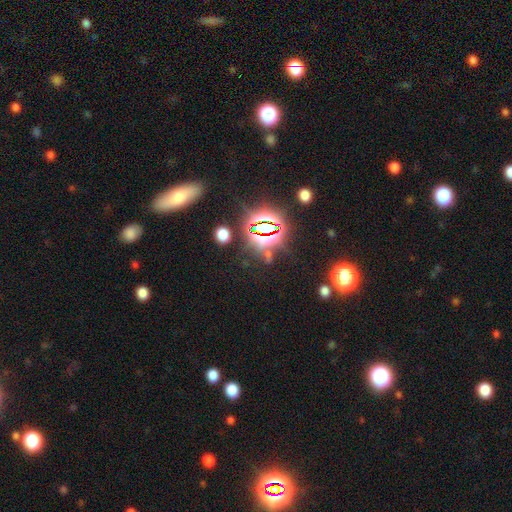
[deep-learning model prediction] This is likely a star or artifact rather than a galaxy (69%).